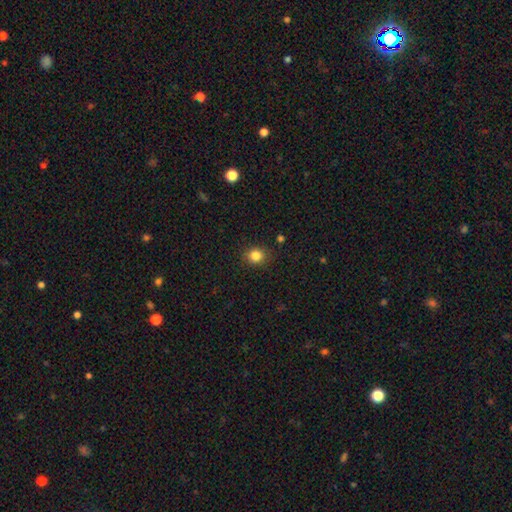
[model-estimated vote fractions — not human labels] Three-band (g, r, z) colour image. It shows a smooth galaxy with no disk features (83%) that is round (79%). Merging: none (88%).